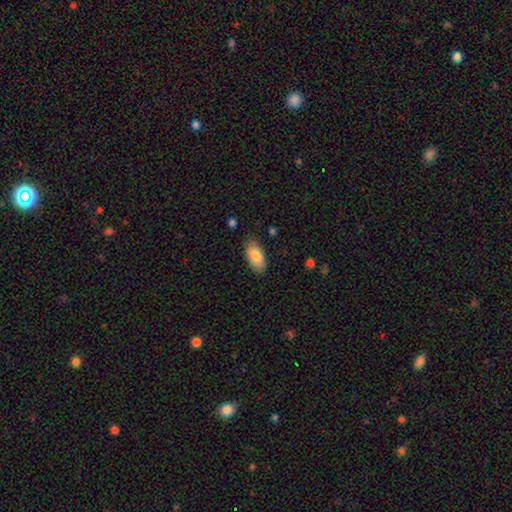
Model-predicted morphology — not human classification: Smooth or featured?
  - smooth: 85% *
  - featured or disk: 9%
  - star or artifact: 6%
How rounded?
  - in between: 93% *
  - cigar-shaped: 4%
  - round: 3%
Merging?
  - none: 79% *
  - minor disturbance: 16%
  - major disturbance: 3%
  - merger: 1%